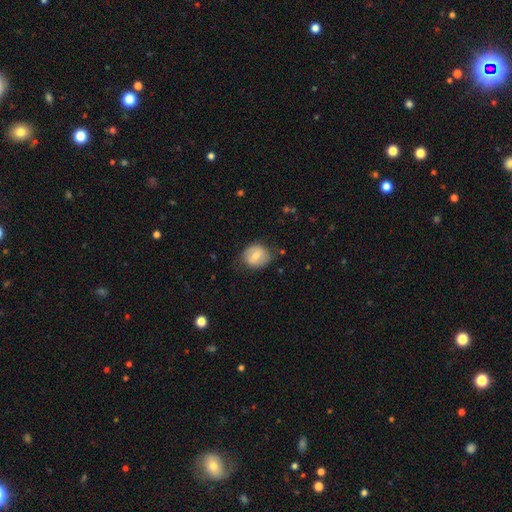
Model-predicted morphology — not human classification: smooth_or_featured: smooth (p=0.57) [alt: featured or disk p=0.36]
how_rounded: round (p=0.66) [alt: in between p=0.33]
merging: none (p=0.74) [alt: minor disturbance p=0.20]